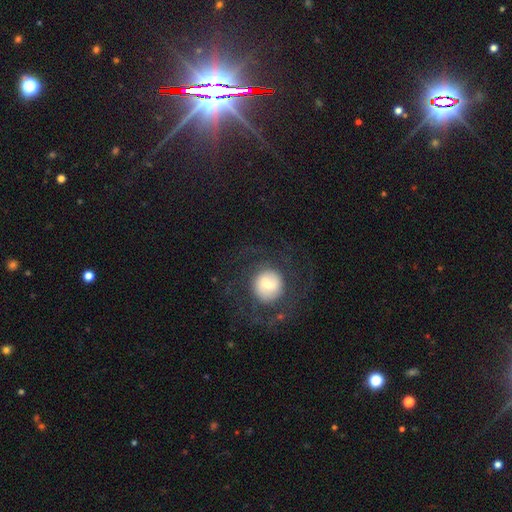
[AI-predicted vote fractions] smooth-or-featured: star or artifact: 42% | featured or disk: 37% | smooth: 21%